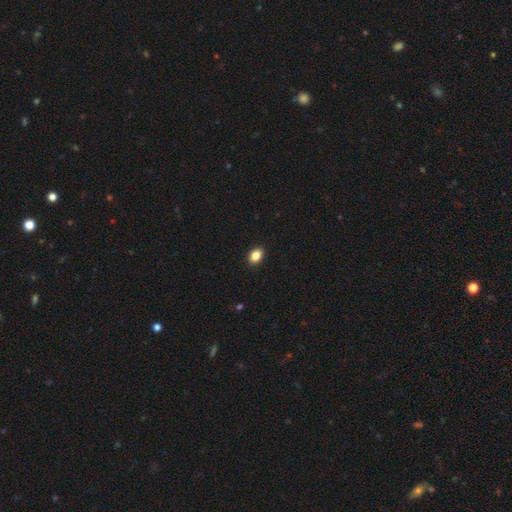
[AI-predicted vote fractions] A smooth galaxy with no disk features (87%) that is in between round and cigar-shaped (77%). Merging: none (91%).